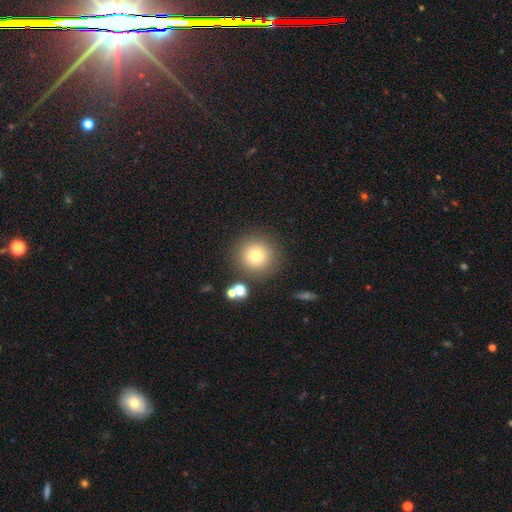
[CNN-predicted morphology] This is likely a smooth galaxy (76%). How rounded: clearly round (94%). Merging: clearly none (85%).